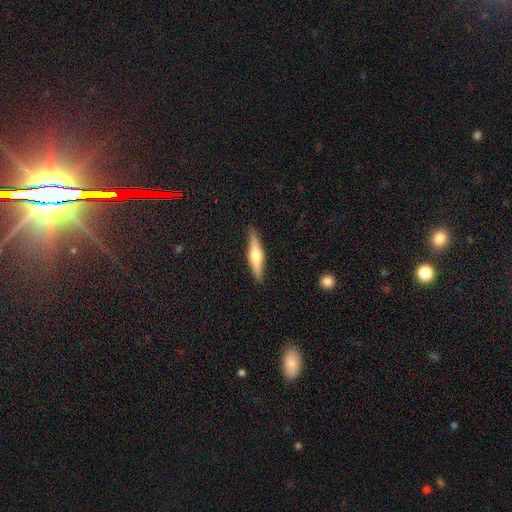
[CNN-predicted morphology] Q: Smooth or featured?
A: featured or disk (60%); runner-up: smooth (34%)
Q: Edge-on disk?
A: yes (96%); runner-up: no (4%)
Q: Edge-on bulge?
A: rounded (93%); runner-up: boxy (5%)
Q: Merging?
A: none (90%); runner-up: minor disturbance (7%)